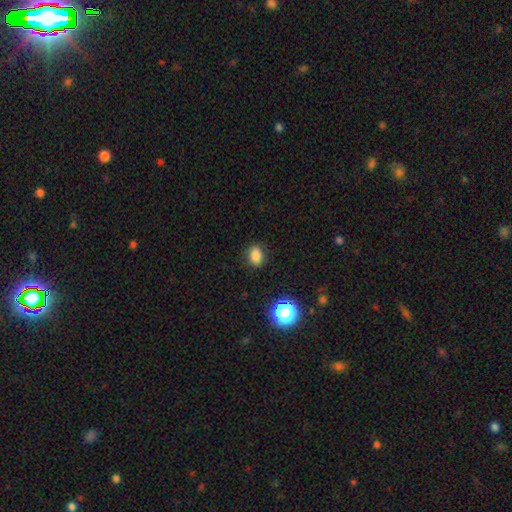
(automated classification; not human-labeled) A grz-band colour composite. It shows a smooth galaxy with no disk features (82%) that is in between round and cigar-shaped (65%). Merging: none (87%).